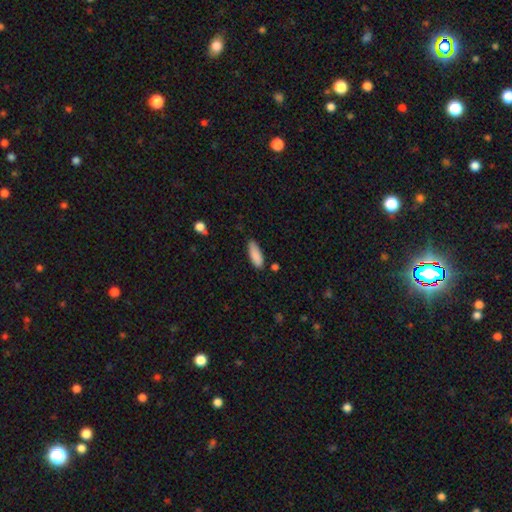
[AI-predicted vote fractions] Q: Smooth or featured?
A: smooth (88%); runner-up: star or artifact (7%)
Q: How rounded?
A: in between (63%); runner-up: cigar-shaped (35%)
Q: Merging?
A: none (76%); runner-up: minor disturbance (19%)